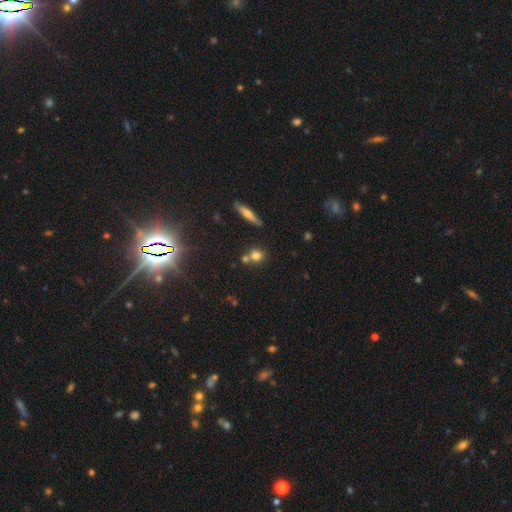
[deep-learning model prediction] This appears to be a smooth galaxy with no disk features (72%) that is round (76%). Merging: none (58%).